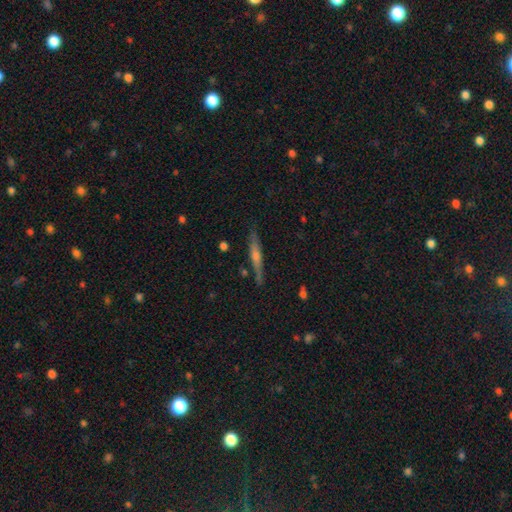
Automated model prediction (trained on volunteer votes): Smooth or featured? Predicted: featured or disk (p=0.62). Edge-on disk? Predicted: yes (p=0.96). Edge-on bulge? Predicted: rounded (p=0.65). Merging? Predicted: none (p=0.85).